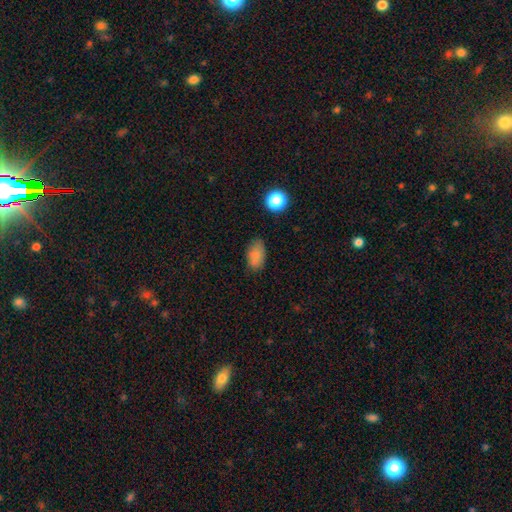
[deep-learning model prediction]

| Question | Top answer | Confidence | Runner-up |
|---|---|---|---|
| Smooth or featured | smooth | 82% | star or artifact (11%) |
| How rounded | in between | 89% | round (8%) |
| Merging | none | 77% | minor disturbance (17%) |